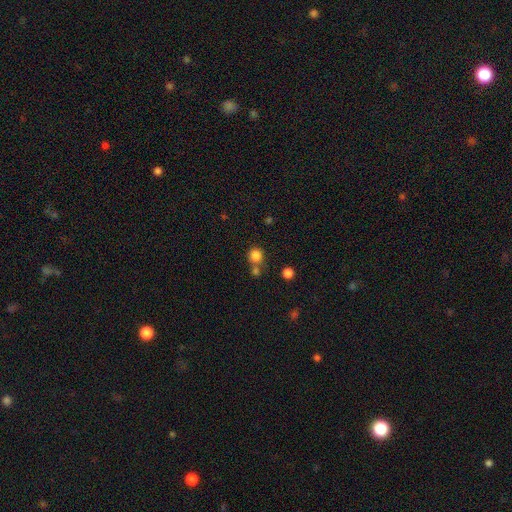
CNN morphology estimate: This is clearly a smooth galaxy (82%). How rounded: clearly round (91%). Merging: likely none (61%).